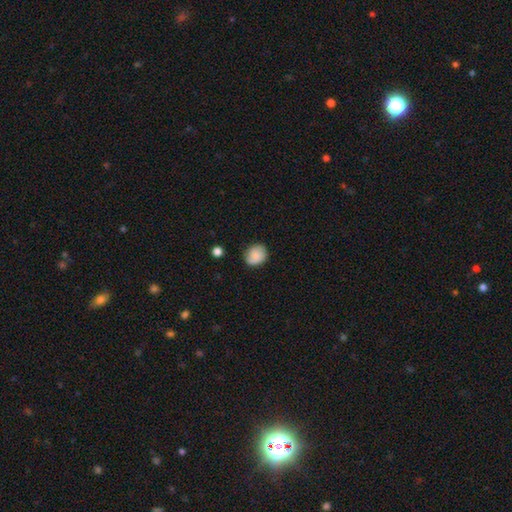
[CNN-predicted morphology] Smooth or featured: smooth — 82% (featured or disk — 10%)
How rounded: round — 64% (in between — 35%)
Merging: none — 79% (minor disturbance — 16%)